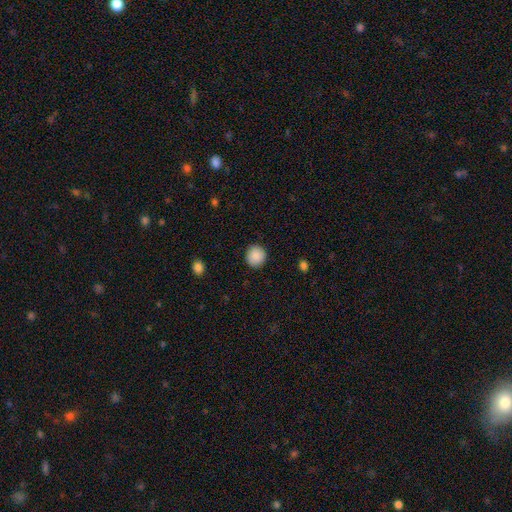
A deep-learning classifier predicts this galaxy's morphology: smooth_or_featured: smooth (p=0.89) [alt: star or artifact p=0.08]
how_rounded: round (p=0.92) [alt: in between p=0.07]
merging: none (p=0.90) [alt: minor disturbance p=0.07]